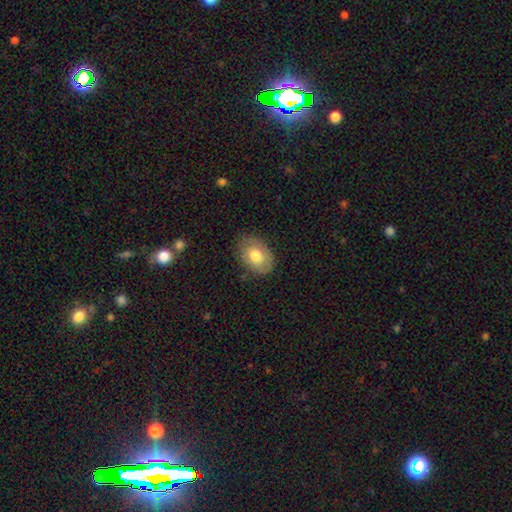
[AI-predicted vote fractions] A smooth galaxy with no disk features (71%) that is in between round and cigar-shaped (84%).

Vote fractions:
- Smooth or featured? smooth: 71% / featured or disk: 22% / star or artifact: 7%
- How rounded? in between: 84% / round: 15% / cigar-shaped: 1%
- Merging? none: 77% / minor disturbance: 18% / major disturbance: 4% / merger: 1%